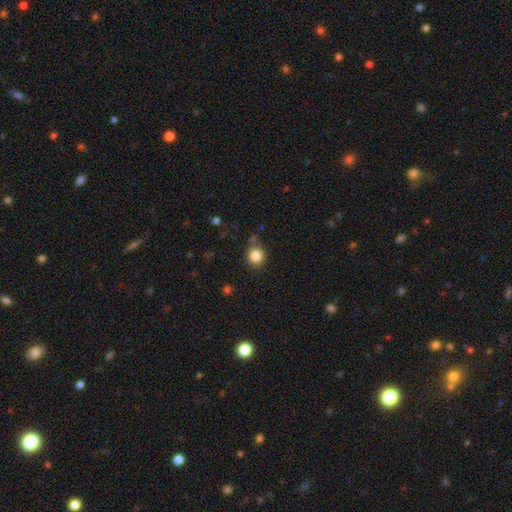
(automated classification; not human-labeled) Smooth or featured: smooth — 84% (star or artifact — 11%)
How rounded: round — 88% (in between — 11%)
Merging: none — 79% (minor disturbance — 11%)